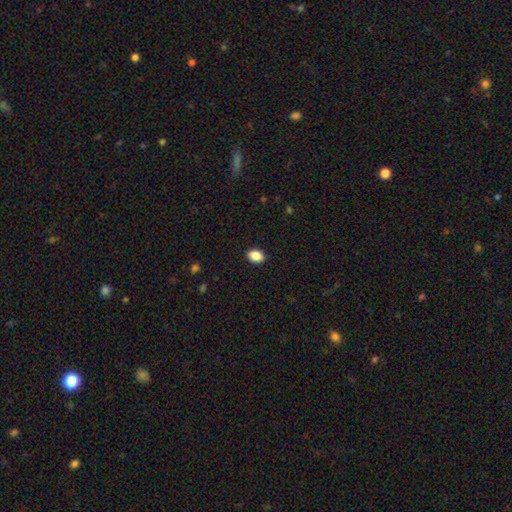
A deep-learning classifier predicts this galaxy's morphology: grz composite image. It shows a smooth galaxy with no disk features (88%) that is in between round and cigar-shaped (75%). Merging: none (90%).